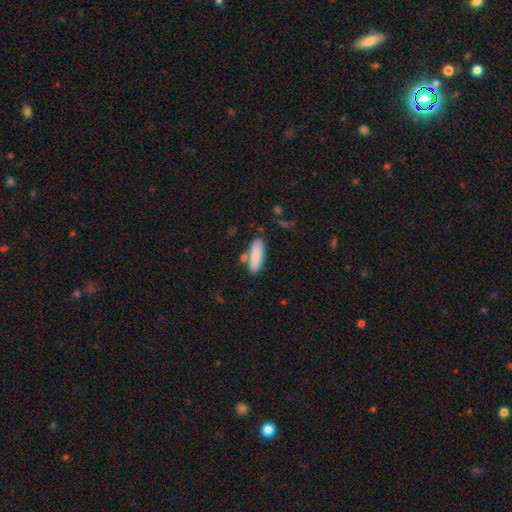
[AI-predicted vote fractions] Smooth or featured? Predicted: smooth (p=0.85). How rounded? Predicted: in between (p=0.64). Merging? Predicted: none (p=0.73).